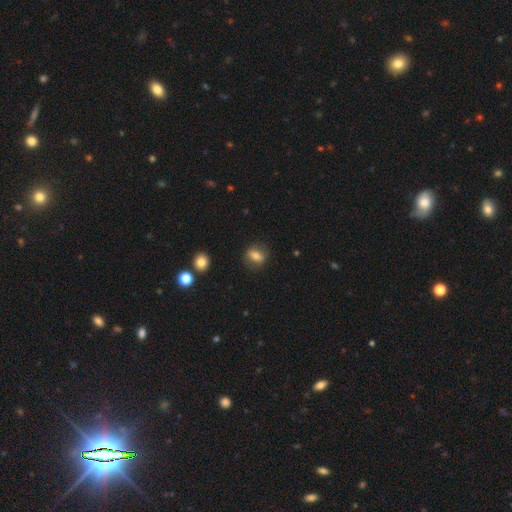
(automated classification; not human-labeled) Q: Smooth or featured?
A: smooth (69%); runner-up: featured or disk (21%)
Q: How rounded?
A: in between (55%); runner-up: round (39%)
Q: Merging?
A: none (81%); runner-up: minor disturbance (13%)